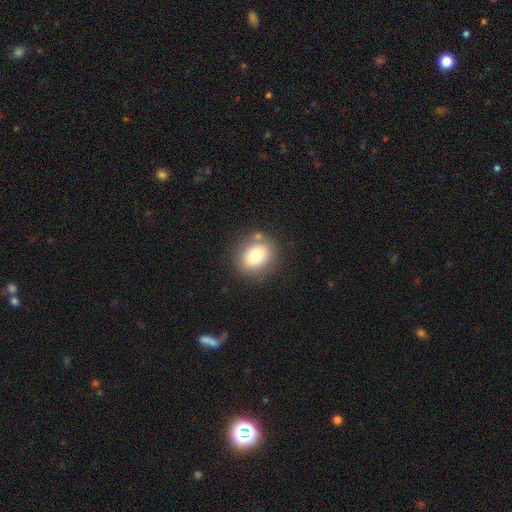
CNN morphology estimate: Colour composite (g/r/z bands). It shows a smooth galaxy with no disk features (76%) that is round (62%). Merging: none (79%).